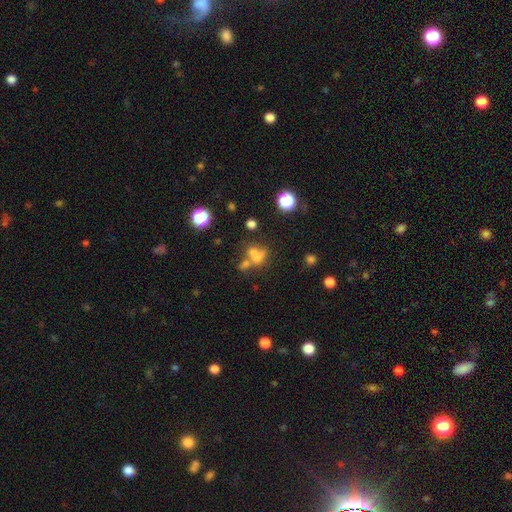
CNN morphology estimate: smooth 51%, featured or disk 25%, star or artifact 24%. Down the decision tree: how rounded — round (53%); merging — merger (50%).